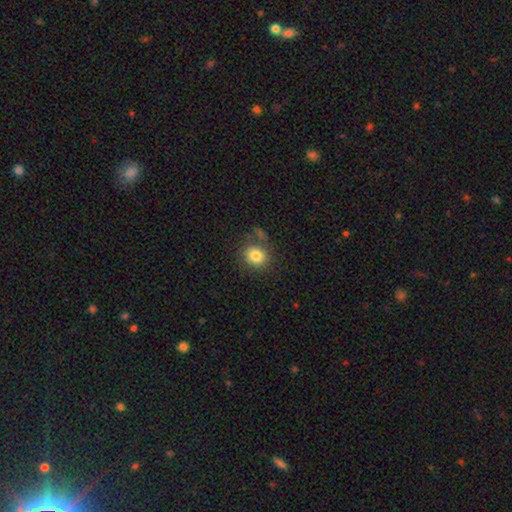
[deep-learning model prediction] This appears to be a smooth galaxy with no disk features (82%) that is round (79%). Merging: none (73%).